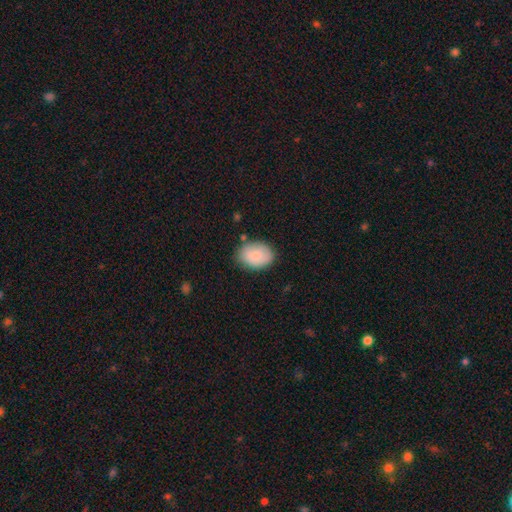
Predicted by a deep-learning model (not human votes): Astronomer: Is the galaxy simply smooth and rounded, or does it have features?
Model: smooth — 86%.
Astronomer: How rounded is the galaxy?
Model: in between — 77%.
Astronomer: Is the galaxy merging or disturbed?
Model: none — 75%.